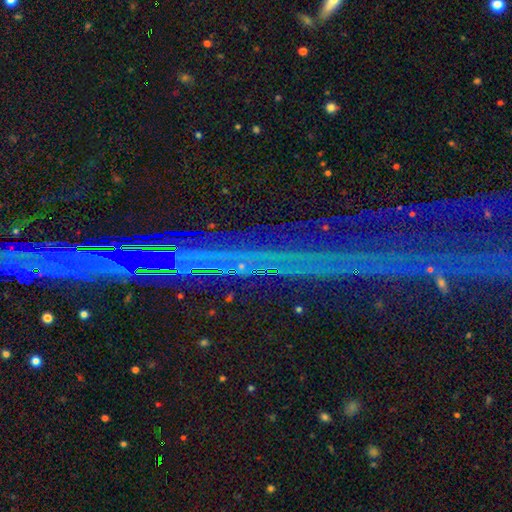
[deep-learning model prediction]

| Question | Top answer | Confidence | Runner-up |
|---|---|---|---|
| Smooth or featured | star or artifact | 84% | featured or disk (9%) |